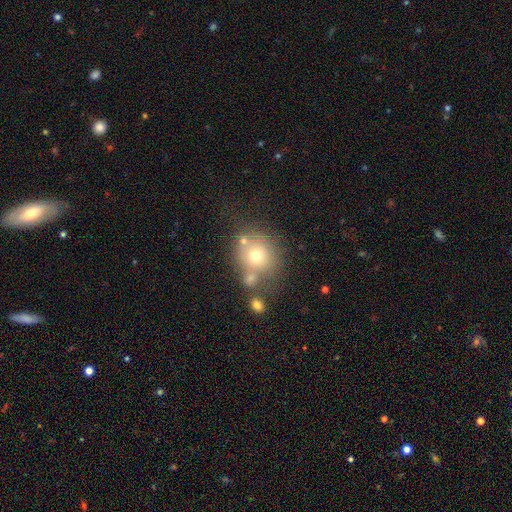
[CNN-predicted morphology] Smooth or featured?
  - smooth: 67% *
  - featured or disk: 19%
  - star or artifact: 14%
How rounded?
  - round: 78% *
  - in between: 21%
  - cigar-shaped: 1%
Merging?
  - none: 55% *
  - merger: 23%
  - minor disturbance: 15%
  - major disturbance: 7%